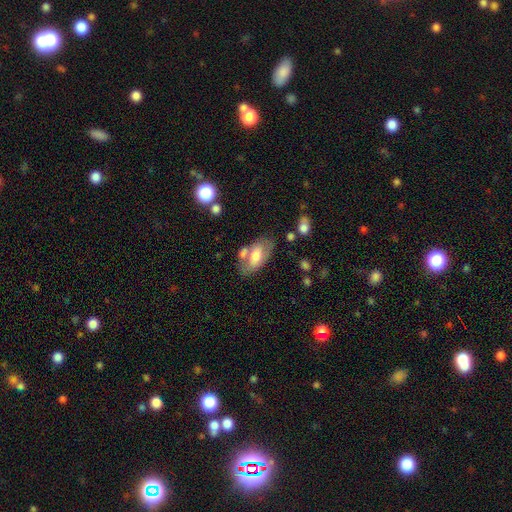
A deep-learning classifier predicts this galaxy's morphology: smooth-or-featured: smooth: 58% | featured or disk: 35% | star or artifact: 7%
  how-rounded: in between: 92% | round: 4% | cigar-shaped: 4%
  merging: none: 55% | minor disturbance: 20% | merger: 18% | major disturbance: 8%